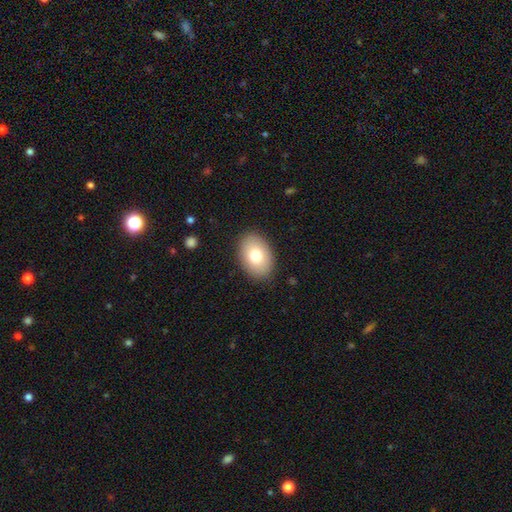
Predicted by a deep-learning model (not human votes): The model was most divided on "smooth or featured": smooth: 77%, featured or disk: 16%, star or artifact: 8%. More confident: merging — none (88%); how rounded — in between (84%).